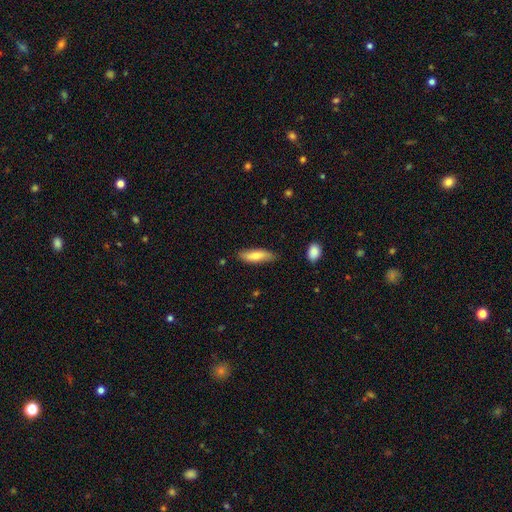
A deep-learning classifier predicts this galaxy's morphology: This appears to be a smooth galaxy with no disk features (73%) that is in between round and cigar-shaped (49%, tied with cigar-shaped). Merging: none (80%).